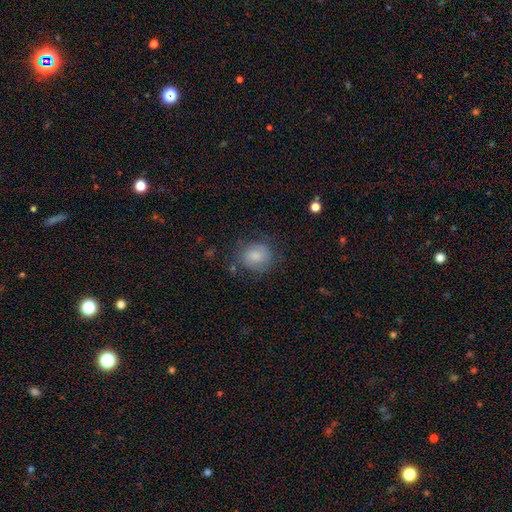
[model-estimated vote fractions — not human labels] smooth-or-featured: smooth: 72% | featured or disk: 19% | star or artifact: 9%
  how-rounded: round: 74% | in between: 25% | cigar-shaped: 1%
  merging: none: 68% | minor disturbance: 21% | major disturbance: 9% | merger: 2%